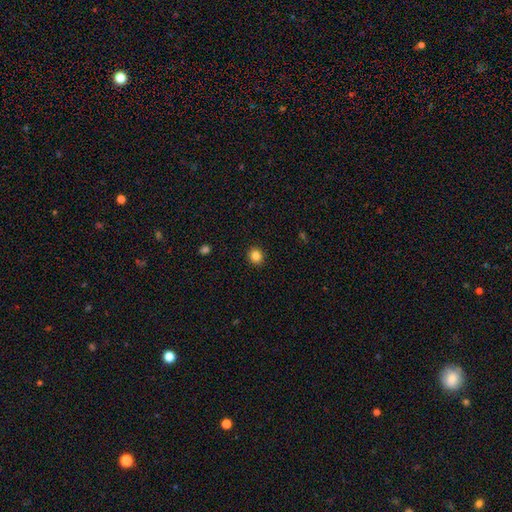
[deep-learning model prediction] smooth_or_featured: smooth (p=0.85) [alt: star or artifact p=0.11]
how_rounded: round (p=0.83) [alt: in between p=0.16]
merging: none (p=0.91) [alt: minor disturbance p=0.06]